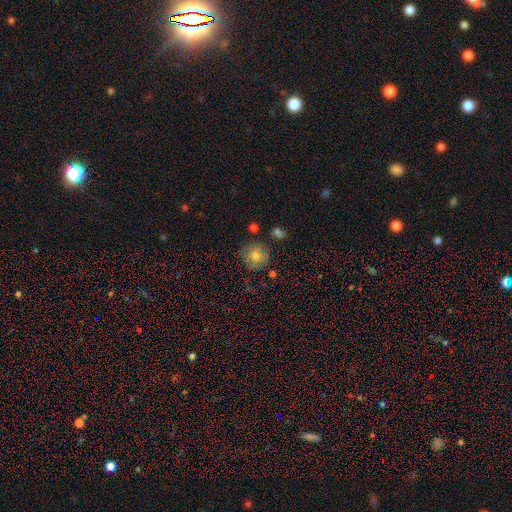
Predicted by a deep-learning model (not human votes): A smooth galaxy with no disk features (70%) that is round (92%). Merging: none (79%).